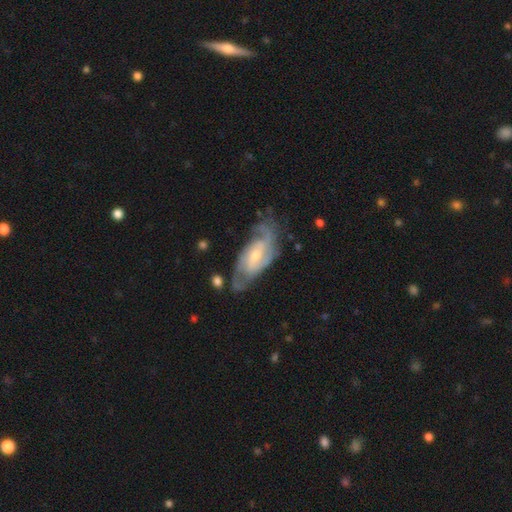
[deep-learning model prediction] Smooth or featured? Predicted: featured or disk (p=0.84). Edge-on disk? Predicted: no (p=0.94). Bar? Predicted: weak (p=0.44, tied with no). Spiral arms? Predicted: yes (p=0.95). Spiral winding? Predicted: medium (p=0.46). Spiral arm count? Predicted: 2 (p=0.46). Bulge size? Predicted: moderate (p=0.47). Merging? Predicted: none (p=0.63).